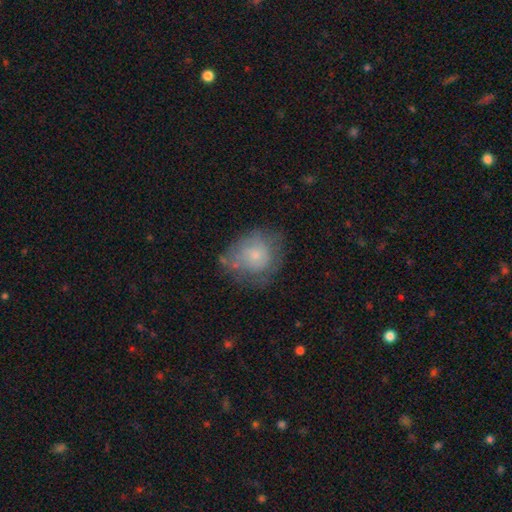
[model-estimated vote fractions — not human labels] Smooth or featured? smooth (62%)
How rounded? round (70%)
Merging? none (54%)